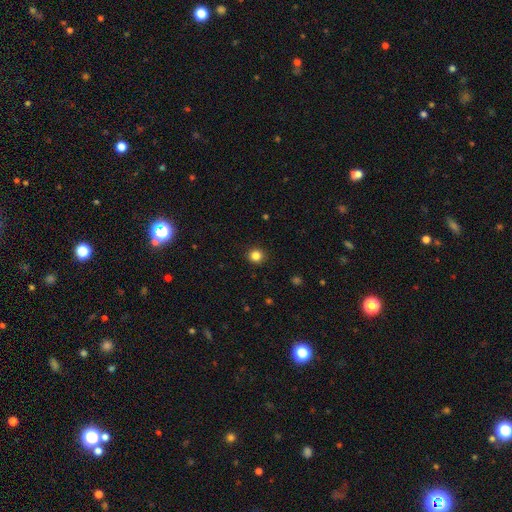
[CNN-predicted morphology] smooth-or-featured: smooth: 84% | star or artifact: 12% | featured or disk: 4%
  how-rounded: round: 92% | in between: 7% | cigar-shaped: 1%
  merging: none: 92% | minor disturbance: 5% | major disturbance: 2% | merger: 1%